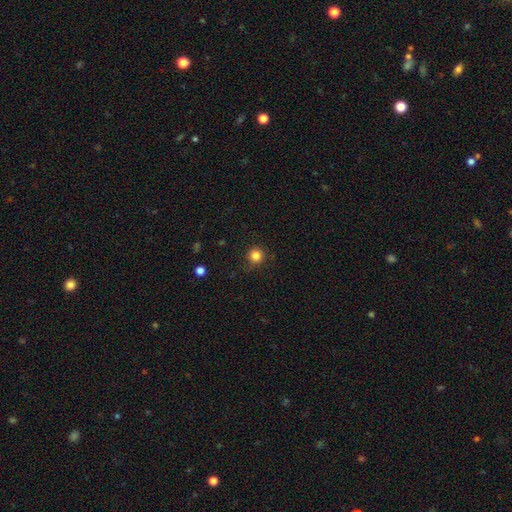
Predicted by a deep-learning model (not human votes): Q: Smooth or featured?
A: smooth (84%); runner-up: star or artifact (12%)
Q: How rounded?
A: round (95%); runner-up: in between (4%)
Q: Merging?
A: none (87%); runner-up: minor disturbance (10%)